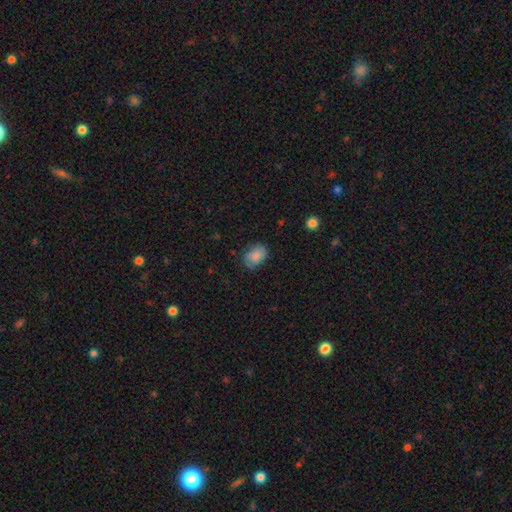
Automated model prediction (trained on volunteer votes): smooth-or-featured: smooth: 81% | featured or disk: 11% | star or artifact: 8%
  how-rounded: in between: 80% | round: 19% | cigar-shaped: 1%
  merging: none: 70% | minor disturbance: 22% | major disturbance: 6% | merger: 1%